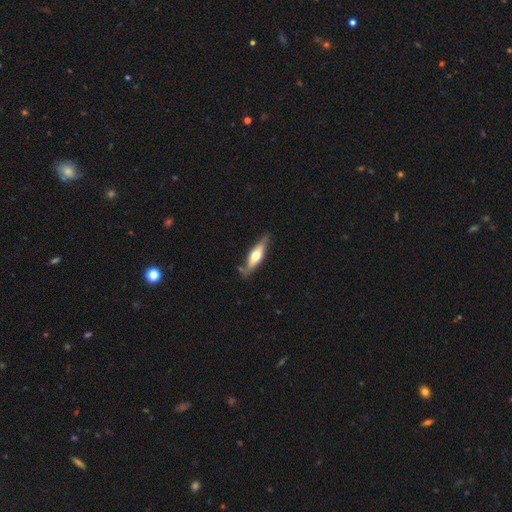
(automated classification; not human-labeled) Smooth or featured: featured or disk — 51% (smooth — 44%)
Edge-on disk: yes — 86% (no — 14%)
Merging: none — 76% (minor disturbance — 18%)